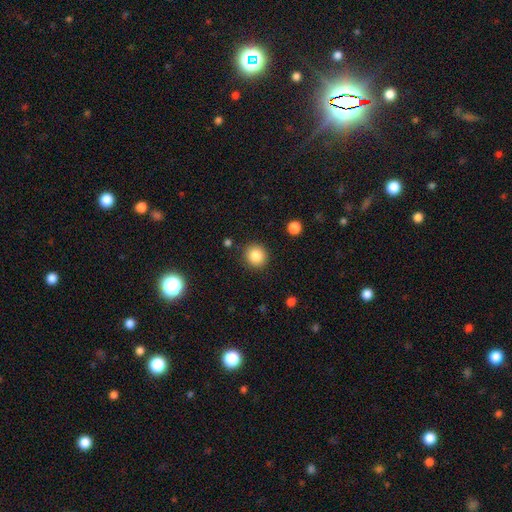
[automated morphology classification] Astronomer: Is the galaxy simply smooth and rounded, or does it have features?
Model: smooth — 85%.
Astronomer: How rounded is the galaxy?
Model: round — 91%.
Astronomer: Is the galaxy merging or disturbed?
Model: none — 89%.